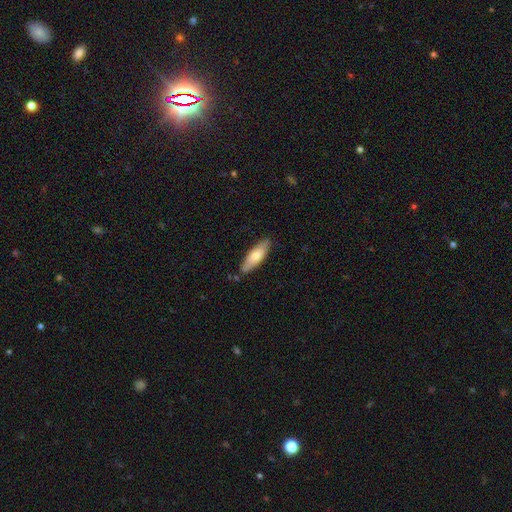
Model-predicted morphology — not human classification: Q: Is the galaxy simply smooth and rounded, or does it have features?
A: smooth — 70%.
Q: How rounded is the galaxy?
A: in between — 56%.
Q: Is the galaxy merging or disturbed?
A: none — 82%.